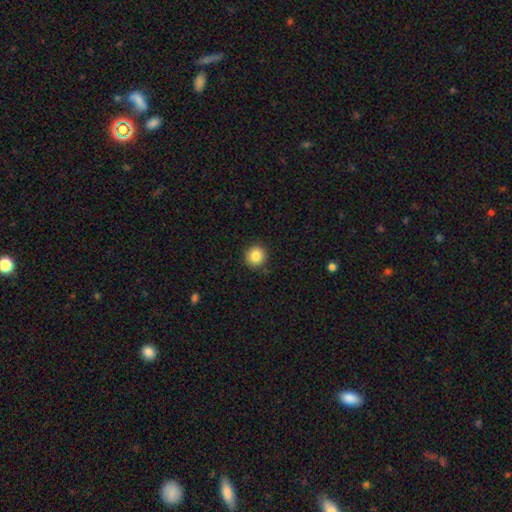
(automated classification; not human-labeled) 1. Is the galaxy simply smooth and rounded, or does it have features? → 85% smooth, 10% star or artifact, 5% featured or disk.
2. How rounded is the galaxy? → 93% round, 6% in between, 1% cigar-shaped.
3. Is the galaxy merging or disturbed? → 89% none, 8% minor disturbance, 2% major disturbance, 1% merger.